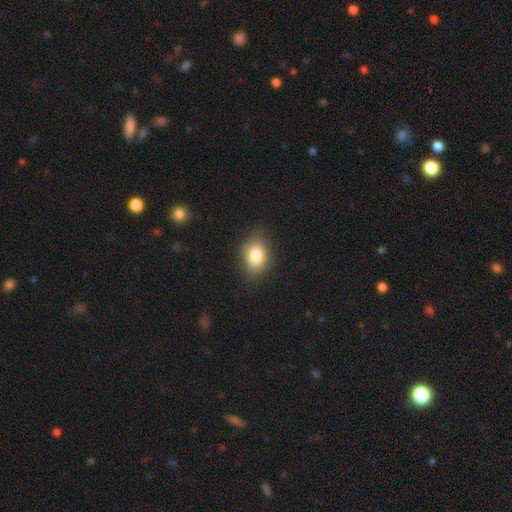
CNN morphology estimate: The model was most divided on "how rounded": in between: 76%, round: 23%, cigar-shaped: 2%. More confident: merging — none (83%); smooth or featured — smooth (81%).